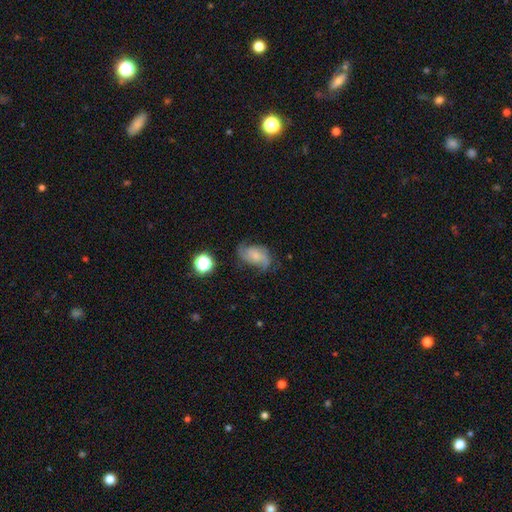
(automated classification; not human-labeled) smooth_or_featured: featured or disk (p=0.57) [alt: smooth p=0.33]
disk_edge_on: no (p=0.96) [alt: yes p=0.04]
bar: no (p=0.65) [alt: weak p=0.29]
has_spiral_arms: yes (p=0.89) [alt: no p=0.11]
bulge_size: small (p=0.53) [alt: moderate p=0.21]
merging: none (p=0.55) [alt: minor disturbance p=0.27]